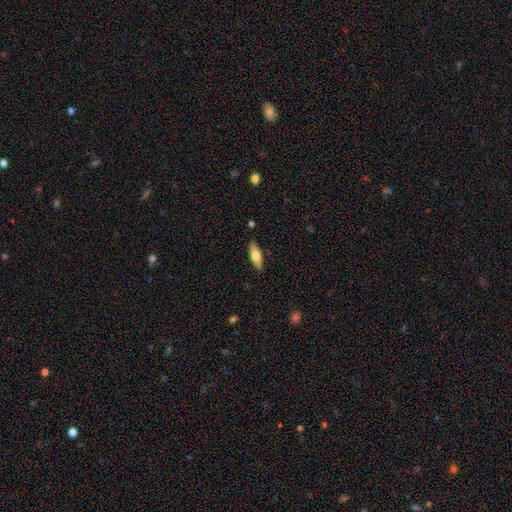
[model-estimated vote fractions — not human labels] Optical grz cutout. It shows a smooth galaxy with no disk features (68%) that is in between round and cigar-shaped (61%). Merging: none (87%).